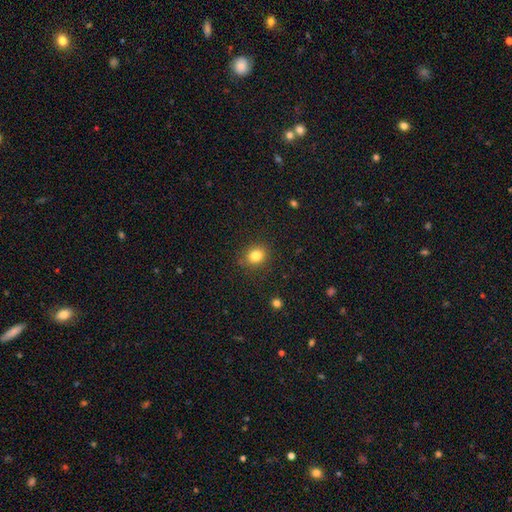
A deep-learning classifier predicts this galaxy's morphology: A smooth galaxy with no disk features (82%) that is round (67%).

Vote fractions:
- Smooth or featured? smooth: 82% / star or artifact: 11% / featured or disk: 6%
- How rounded? round: 67% / in between: 32% / cigar-shaped: 1%
- Merging? none: 86% / minor disturbance: 10% / major disturbance: 3% / merger: 1%